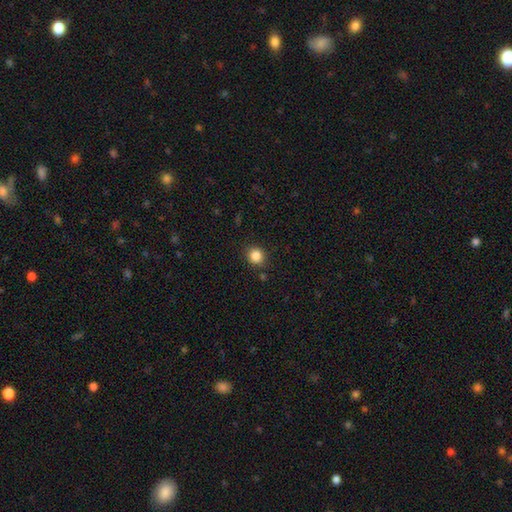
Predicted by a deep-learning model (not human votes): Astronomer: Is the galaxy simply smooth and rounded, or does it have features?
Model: smooth — 85%.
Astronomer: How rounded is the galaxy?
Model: round — 85%.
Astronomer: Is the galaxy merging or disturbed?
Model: none — 88%.